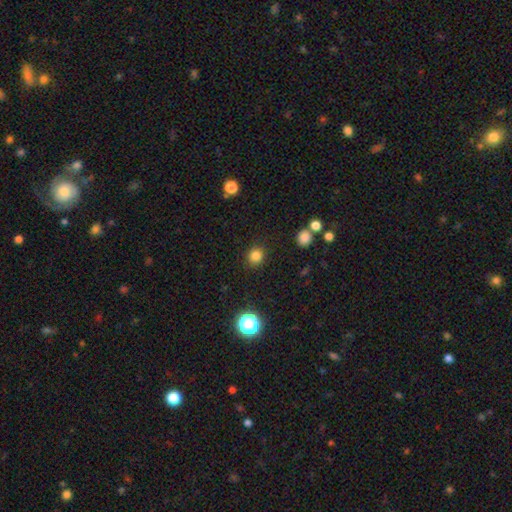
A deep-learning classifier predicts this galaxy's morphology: A smooth galaxy with no disk features (82%) that is round (89%). Merging: none (89%).